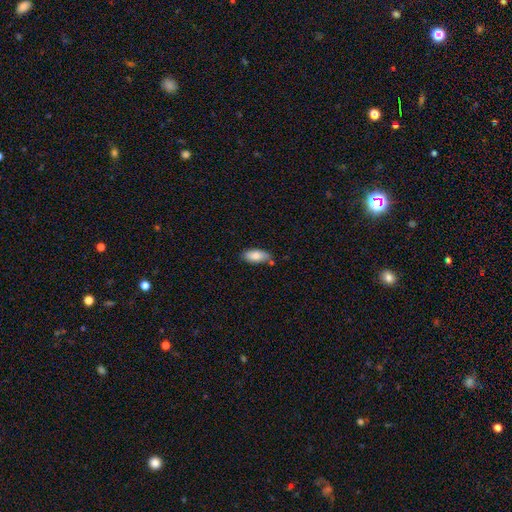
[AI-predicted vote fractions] Smooth or featured?
  - smooth: 82% *
  - featured or disk: 11%
  - star or artifact: 7%
How rounded?
  - in between: 89% *
  - cigar-shaped: 8%
  - round: 2%
Merging?
  - none: 67% *
  - minor disturbance: 21%
  - merger: 8%
  - major disturbance: 4%